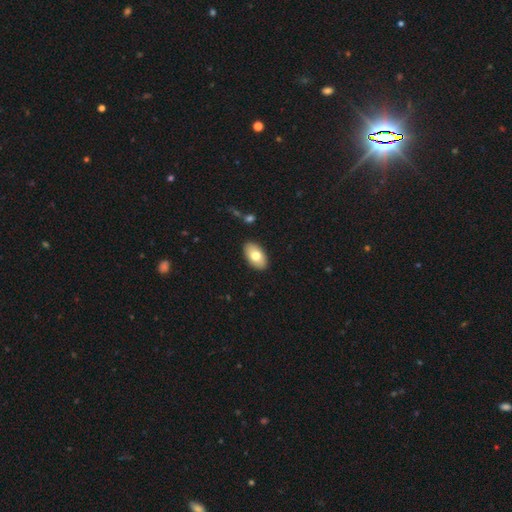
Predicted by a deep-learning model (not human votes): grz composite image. It shows a smooth galaxy with no disk features (74%) that is in between round and cigar-shaped (94%). Merging: none (89%).